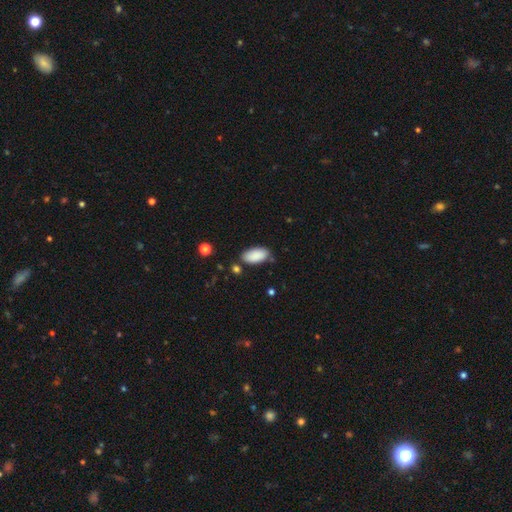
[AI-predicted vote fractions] This is clearly a smooth galaxy (89%). How rounded: clearly in between (93%). Merging: clearly none (80%).